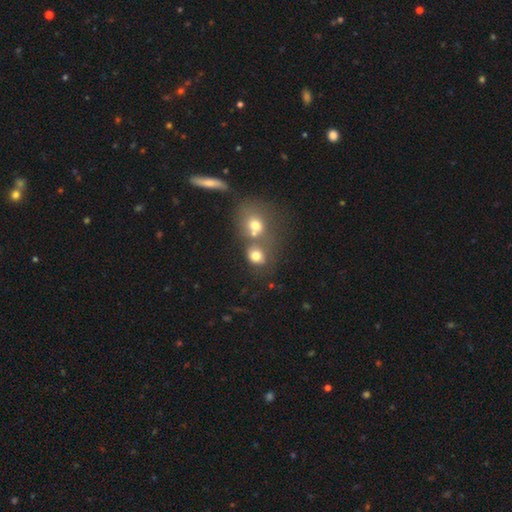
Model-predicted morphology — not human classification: This is likely a smooth galaxy (73%). How rounded: likely round (69%). Merging: marginally merger (43%).